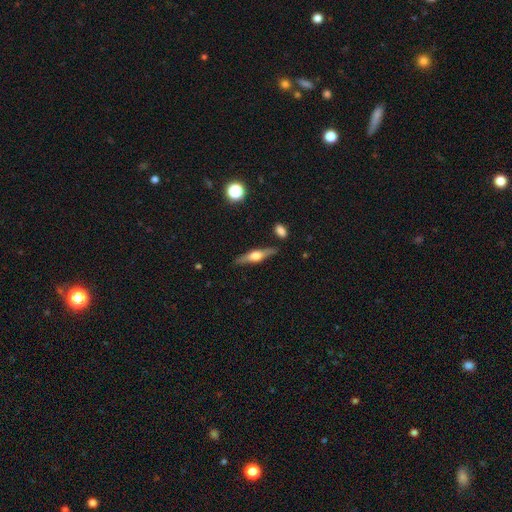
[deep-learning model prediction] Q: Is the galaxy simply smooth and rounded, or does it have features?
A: featured or disk — 64%.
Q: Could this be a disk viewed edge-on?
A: yes — 95%.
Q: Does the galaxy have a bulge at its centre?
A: rounded — 91%.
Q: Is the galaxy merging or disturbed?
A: none — 85%.